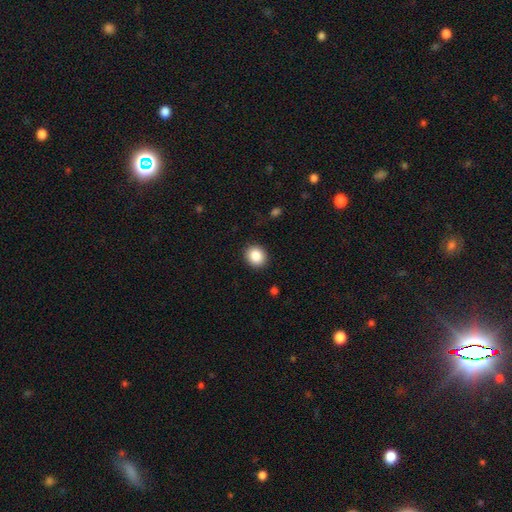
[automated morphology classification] smooth_or_featured: smooth (p=0.87) [alt: star or artifact p=0.09]
how_rounded: round (p=0.77) [alt: in between p=0.22]
merging: none (p=0.90) [alt: minor disturbance p=0.07]